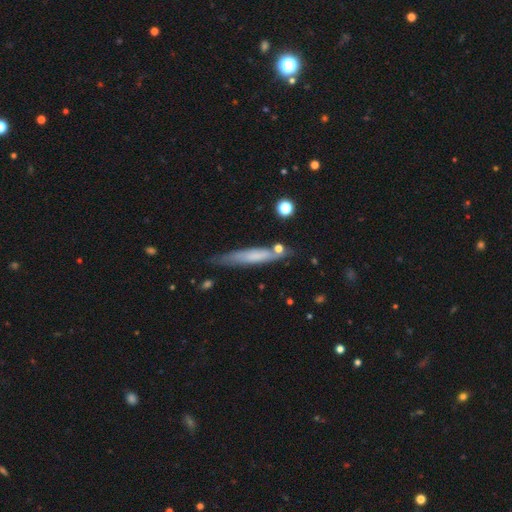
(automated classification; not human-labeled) Smooth or featured: smooth — 58% (featured or disk — 34%)
How rounded: cigar-shaped — 90% (in between — 8%)
Merging: none — 69% (minor disturbance — 21%)